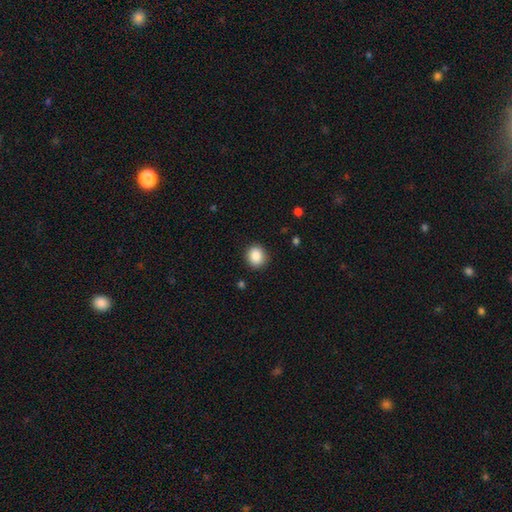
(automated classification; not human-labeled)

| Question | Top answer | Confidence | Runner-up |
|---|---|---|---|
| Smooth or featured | smooth | 88% | star or artifact (9%) |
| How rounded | round | 78% | in between (21%) |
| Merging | none | 89% | minor disturbance (8%) |